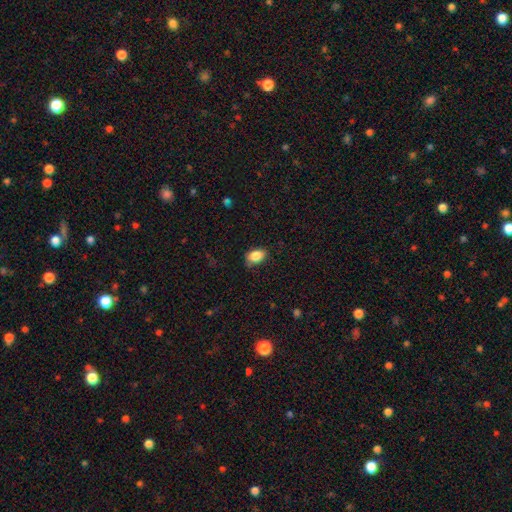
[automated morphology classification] smooth_or_featured: smooth (p=0.86) [alt: star or artifact p=0.08]
how_rounded: in between (p=0.85) [alt: round p=0.13]
merging: none (p=0.77) [alt: minor disturbance p=0.18]